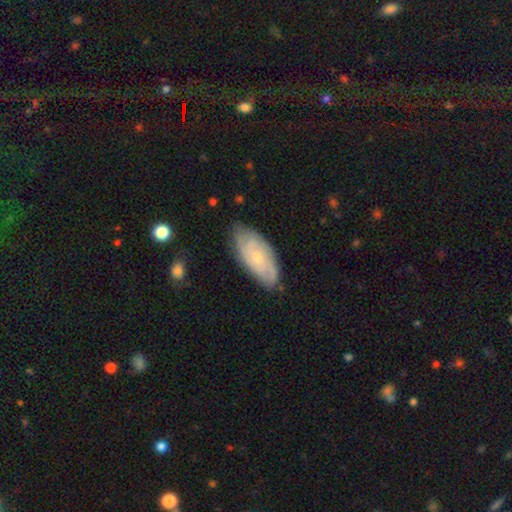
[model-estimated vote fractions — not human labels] smooth_or_featured: smooth (p=0.46) [alt: featured or disk p=0.39]
merging: none (p=0.81) [alt: minor disturbance p=0.15]